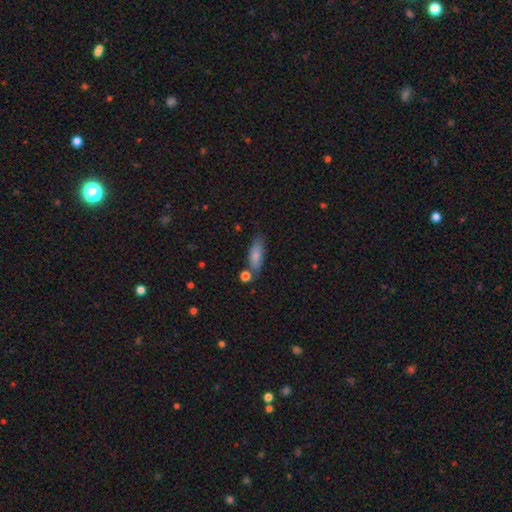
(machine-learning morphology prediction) This appears to be a smooth galaxy with no disk features (80%) that is in between round and cigar-shaped (62%). Merging: none (66%).